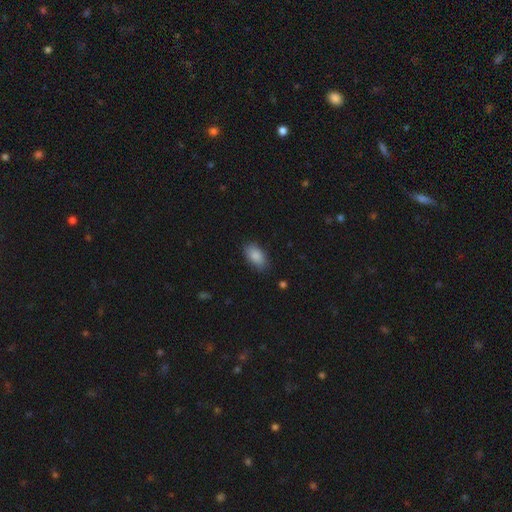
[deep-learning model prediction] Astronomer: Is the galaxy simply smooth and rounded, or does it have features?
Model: smooth — 88%.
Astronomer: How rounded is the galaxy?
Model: in between — 93%.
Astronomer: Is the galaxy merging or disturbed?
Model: none — 84%.